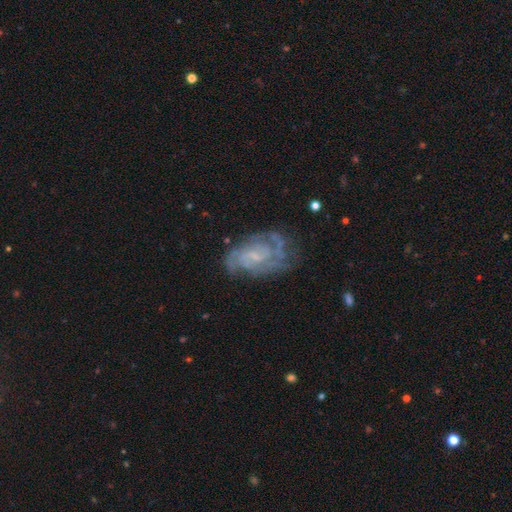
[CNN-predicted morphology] A featured or disk galaxy (84%) with no bar (51%), 2 (31%) tight (57%) spiral arms (95%) and a small central bulge (63%). Merging: none (70%).